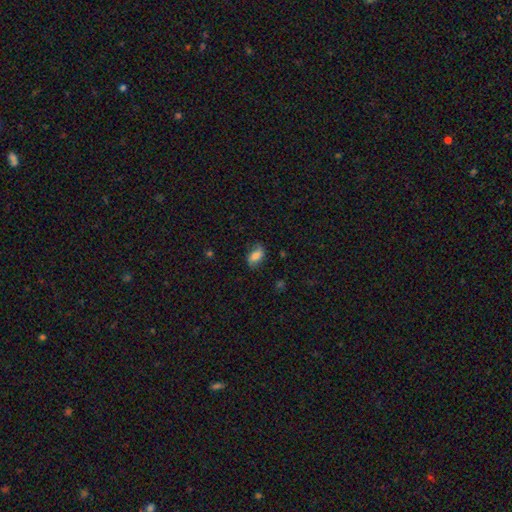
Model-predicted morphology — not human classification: Smooth or featured? smooth (72%)
How rounded? in between (88%)
Merging? none (70%)